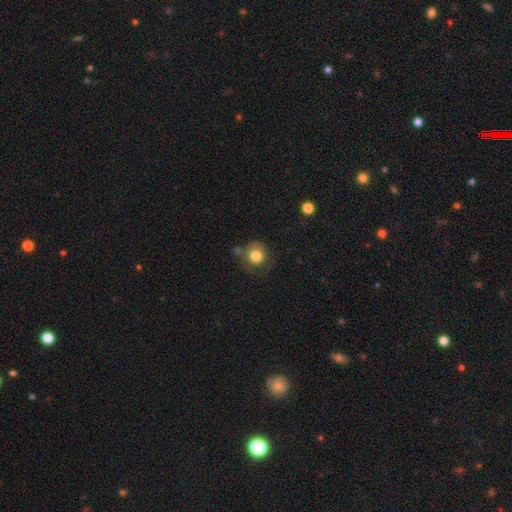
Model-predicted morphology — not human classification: smooth-or-featured: smooth: 79% | featured or disk: 11% | star or artifact: 9%
  how-rounded: round: 88% | in between: 11% | cigar-shaped: 1%
  merging: none: 59% | minor disturbance: 21% | major disturbance: 10% | merger: 9%